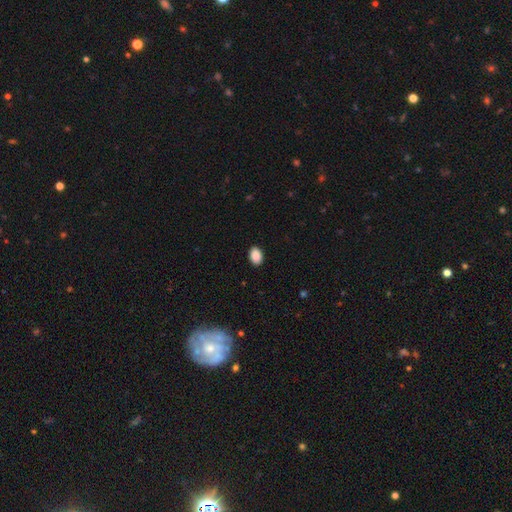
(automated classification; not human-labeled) Q: Smooth or featured?
A: smooth (90%); runner-up: star or artifact (7%)
Q: How rounded?
A: in between (84%); runner-up: round (15%)
Q: Merging?
A: none (90%); runner-up: minor disturbance (7%)